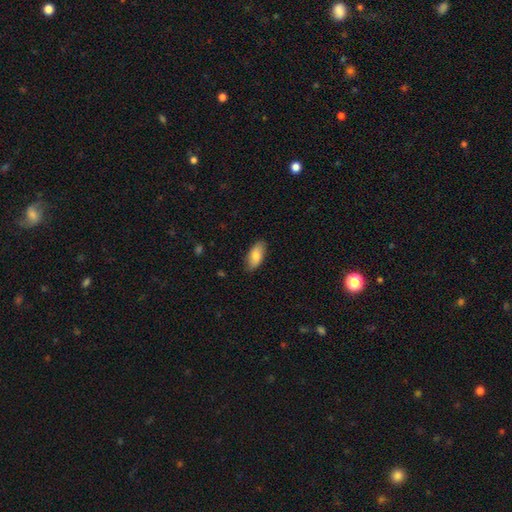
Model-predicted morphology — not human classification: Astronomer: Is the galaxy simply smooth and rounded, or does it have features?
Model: smooth — 79%.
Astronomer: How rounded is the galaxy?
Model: in between — 90%.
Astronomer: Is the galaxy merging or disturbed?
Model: none — 85%.